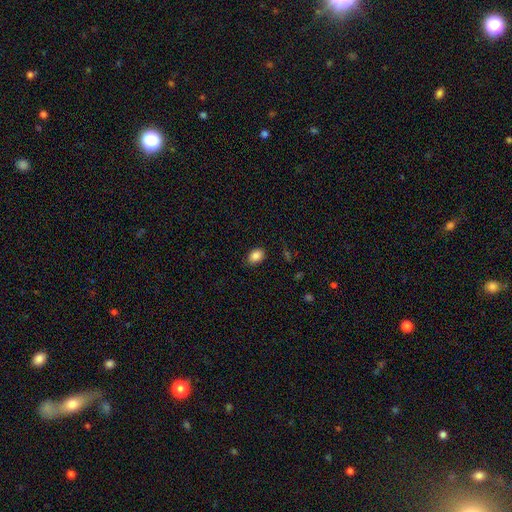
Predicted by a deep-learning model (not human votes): The model was most divided on "how rounded": in between: 80%, round: 18%, cigar-shaped: 1%. More confident: smooth or featured — smooth (87%); merging — none (84%).